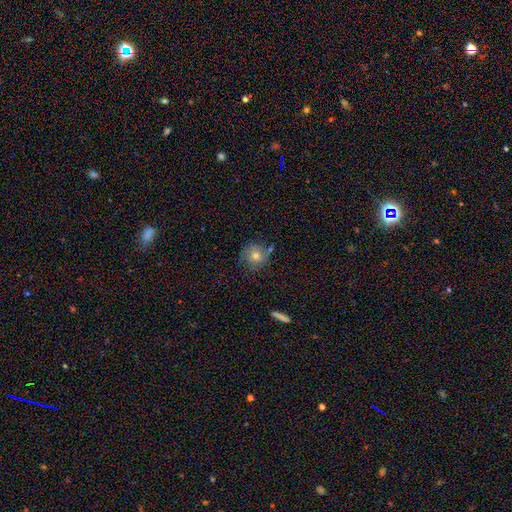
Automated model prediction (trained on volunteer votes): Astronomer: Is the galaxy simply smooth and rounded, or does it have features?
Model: smooth — 52% (runner-up: featured or disk, 36%).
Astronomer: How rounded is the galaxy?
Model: round — 88%.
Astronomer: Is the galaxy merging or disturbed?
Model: none — 70%.